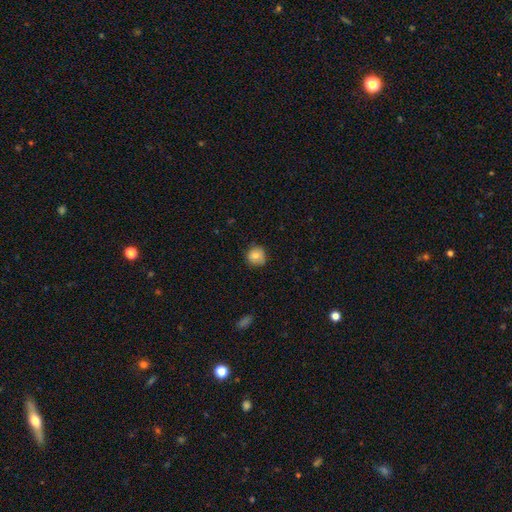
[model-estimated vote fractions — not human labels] This appears to be a smooth galaxy with no disk features (81%) that is round (92%). Merging: none (82%).